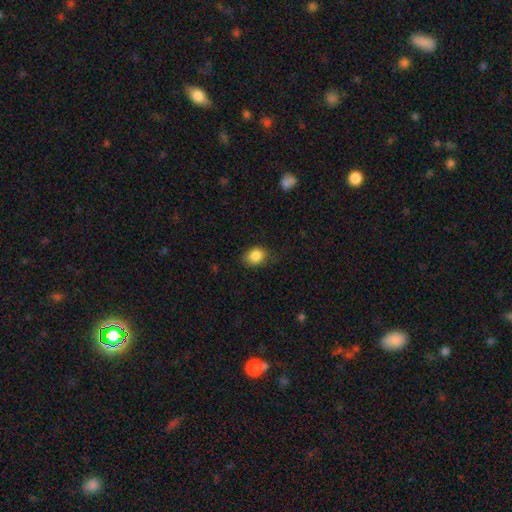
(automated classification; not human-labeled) Smooth or featured: smooth — 85% (star or artifact — 9%)
How rounded: in between — 57% (round — 42%)
Merging: none — 77% (minor disturbance — 18%)